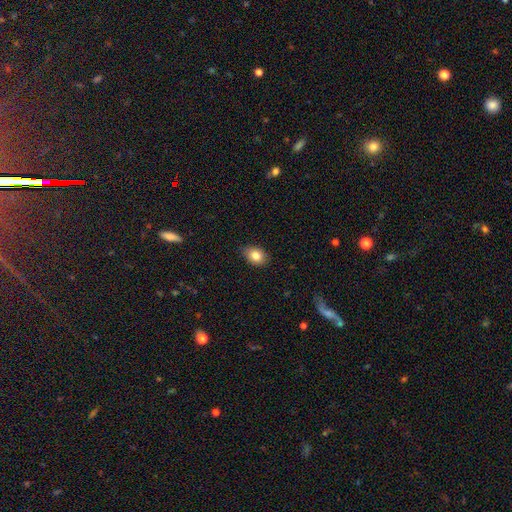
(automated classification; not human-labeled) Smooth or featured: smooth — 82% (featured or disk — 9%)
How rounded: in between — 73% (round — 26%)
Merging: none — 83% (minor disturbance — 14%)